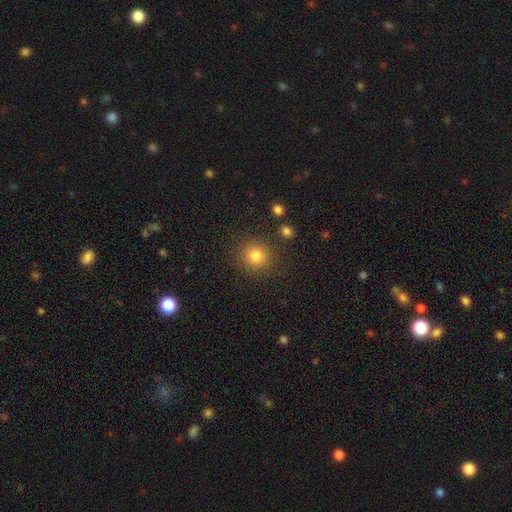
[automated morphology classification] This is clearly a smooth galaxy (82%). How rounded: clearly round (90%). Merging: clearly none (87%).